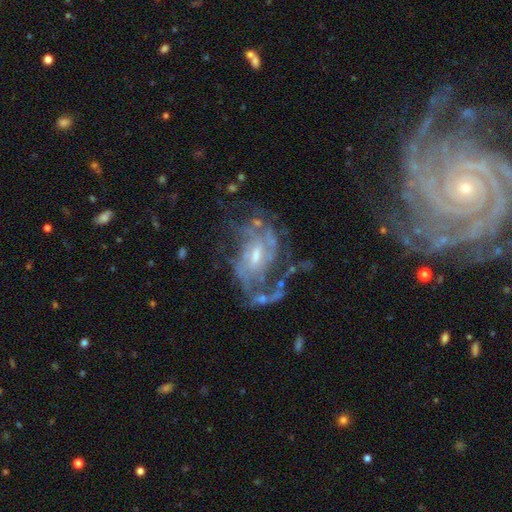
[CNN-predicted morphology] A featured or disk galaxy (85%) with a weak bar (55%), 2 (39%) medium (43%) spiral arms (86%) and a small central bulge (46%). Merging: none (42%).